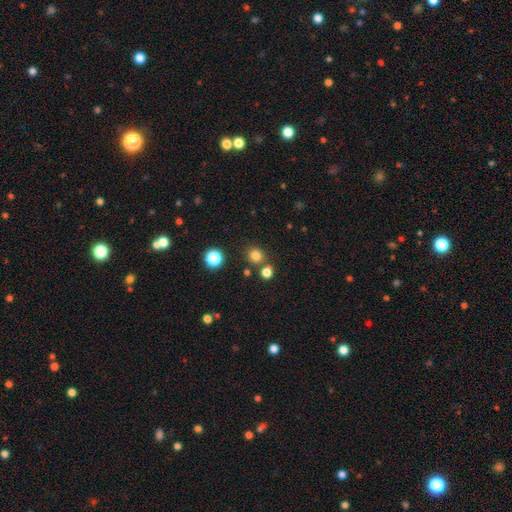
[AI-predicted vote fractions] The model was most divided on "smooth or featured": smooth: 79%, star or artifact: 16%, featured or disk: 5%. More confident: how rounded — round (84%); merging — none (77%).